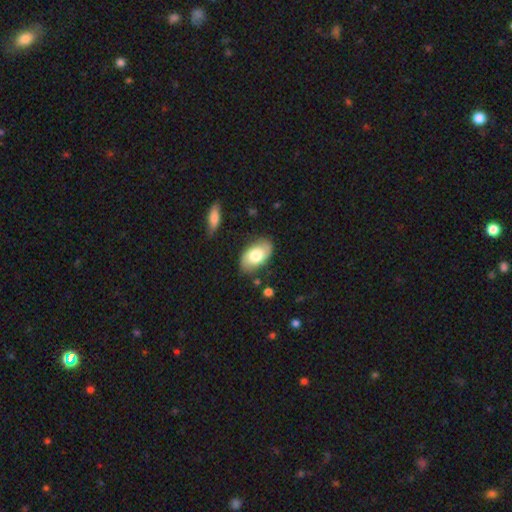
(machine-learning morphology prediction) smooth_or_featured: smooth (p=0.69) [alt: featured or disk p=0.25]
how_rounded: in between (p=0.94) [alt: round p=0.04]
merging: none (p=0.78) [alt: minor disturbance p=0.15]